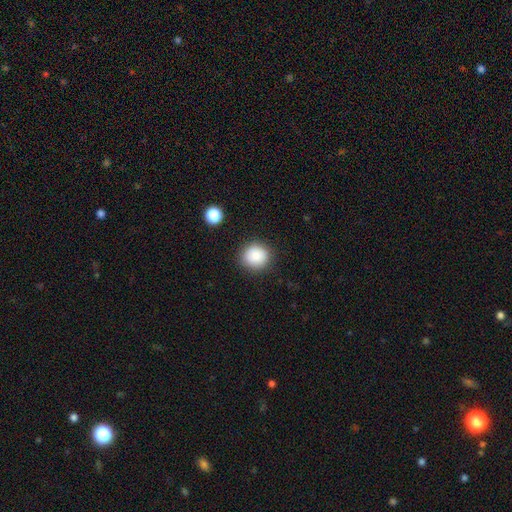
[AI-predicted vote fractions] smooth 86%, star or artifact 9%, featured or disk 5%. Down the decision tree: how rounded — round (87%); merging — none (88%).